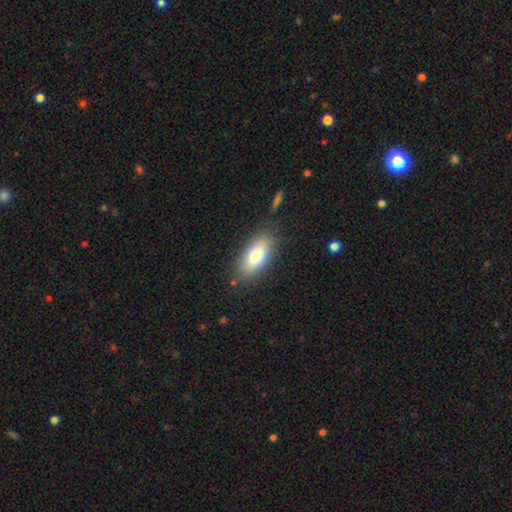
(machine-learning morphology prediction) Smooth or featured? smooth (75%)
How rounded? in between (84%)
Merging? none (82%)